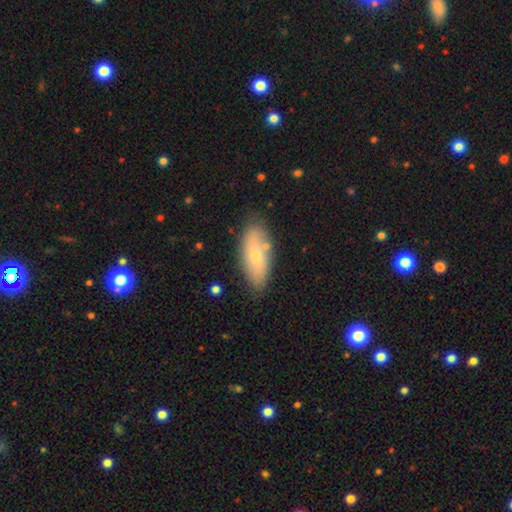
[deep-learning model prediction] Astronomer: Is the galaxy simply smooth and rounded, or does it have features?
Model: smooth — 64%.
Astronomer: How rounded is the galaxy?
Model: in between — 80%.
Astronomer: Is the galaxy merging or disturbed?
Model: none — 78%.